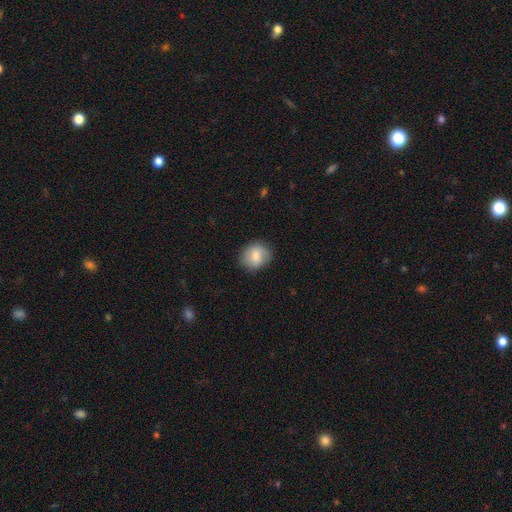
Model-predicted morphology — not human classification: This is likely a smooth galaxy (75%). How rounded: likely round (70%). Merging: clearly none (81%).